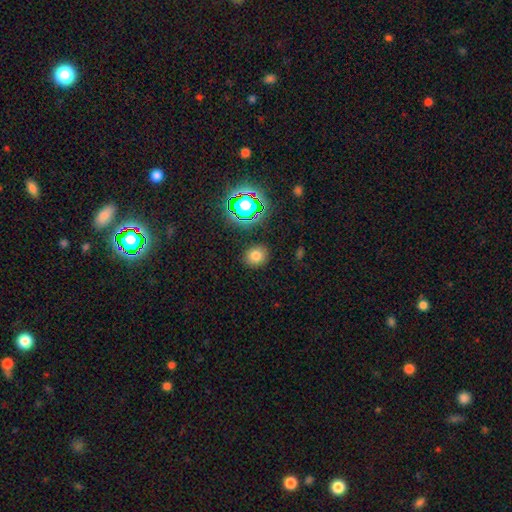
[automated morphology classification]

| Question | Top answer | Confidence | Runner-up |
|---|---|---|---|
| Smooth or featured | smooth | 73% | star or artifact (19%) |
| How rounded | round | 71% | in between (28%) |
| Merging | none | 88% | minor disturbance (8%) |